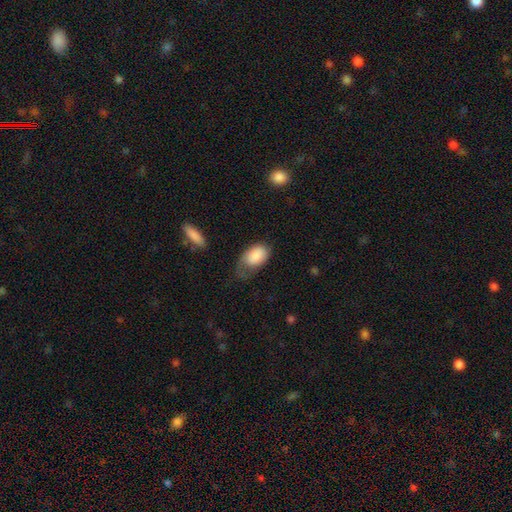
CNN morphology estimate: smooth_or_featured: smooth (p=0.82) [alt: featured or disk p=0.12]
how_rounded: in between (p=0.91) [alt: round p=0.07]
merging: major disturbance (p=0.35) [tied with: minor disturbance p=0.35]